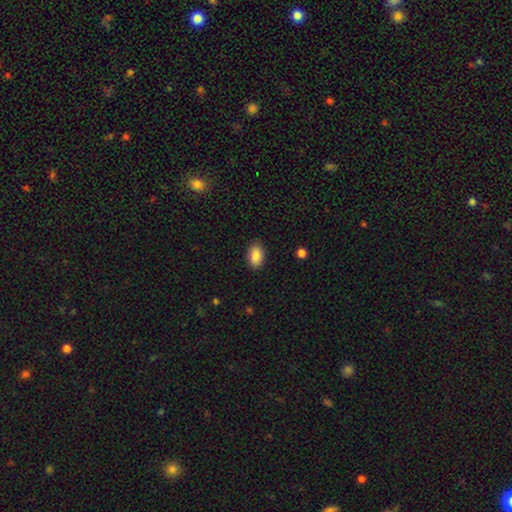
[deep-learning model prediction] Overall: smooth (87%). How rounded: in between (91%). Merging: none (88%).